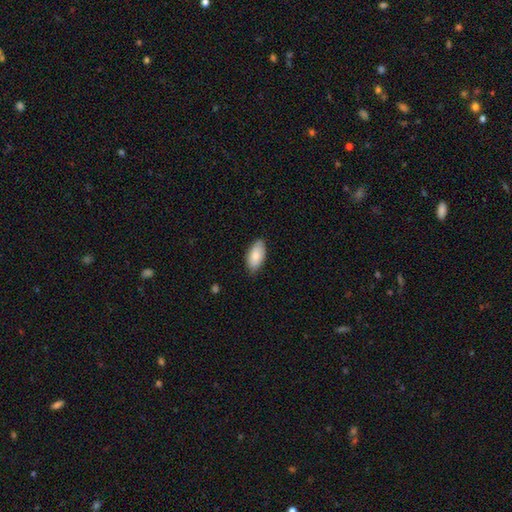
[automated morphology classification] This is clearly a smooth galaxy (81%). How rounded: clearly in between (94%). Merging: clearly none (80%).